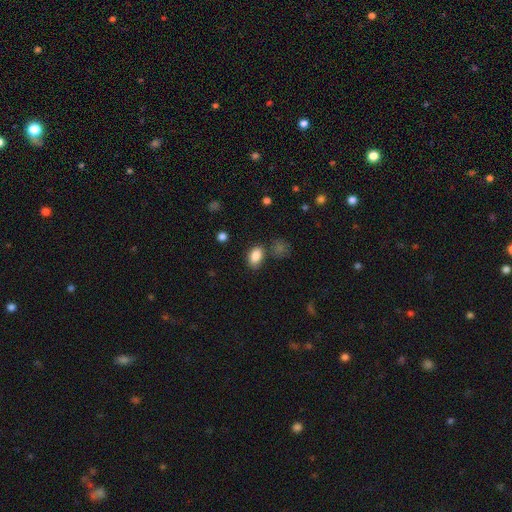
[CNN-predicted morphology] Overall: smooth (86%). How rounded: in between (85%). Merging: none (74%).